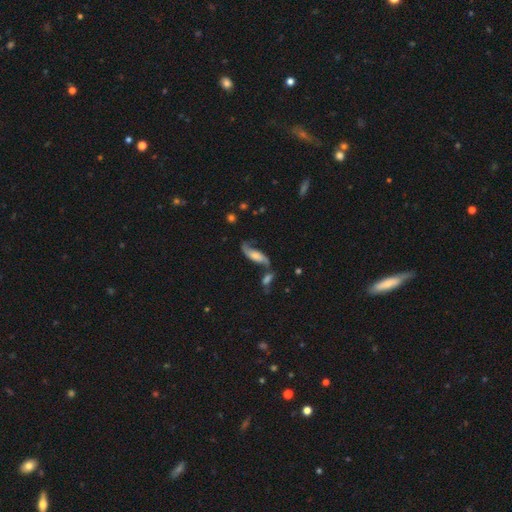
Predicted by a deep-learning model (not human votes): This is likely a featured or disk galaxy (64%). It is clearly not viewed edge-on (80%). Bar: likely no (61%). Spiral arm pattern: clearly yes (90%). Central bulge: marginally moderate (41%). Merging: possibly none (50%).